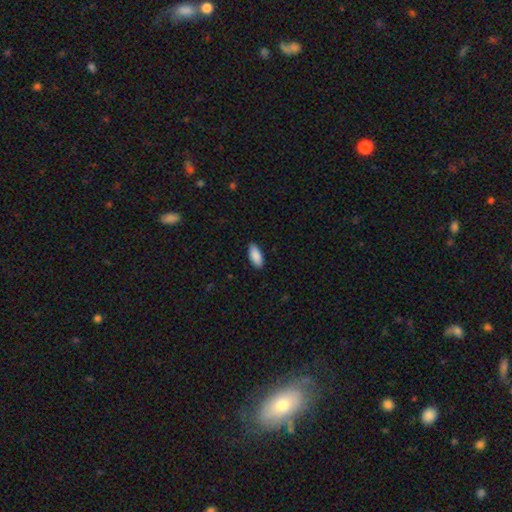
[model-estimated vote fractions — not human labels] smooth_or_featured: smooth (p=0.90) [alt: star or artifact p=0.06]
how_rounded: in between (p=0.86) [alt: cigar-shaped p=0.12]
merging: none (p=0.87) [alt: minor disturbance p=0.10]